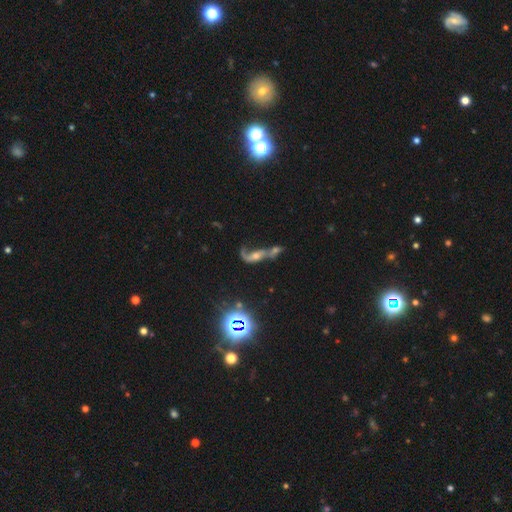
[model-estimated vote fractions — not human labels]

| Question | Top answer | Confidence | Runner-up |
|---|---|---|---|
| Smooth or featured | featured or disk | 60% | star or artifact (20%) |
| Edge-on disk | no | 87% | yes (13%) |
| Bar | no | 67% | weak (23%) |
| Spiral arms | yes | 70% | no (30%) |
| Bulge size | moderate | 48% | small (32%) |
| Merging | merger | 58% | major disturbance (17%) |